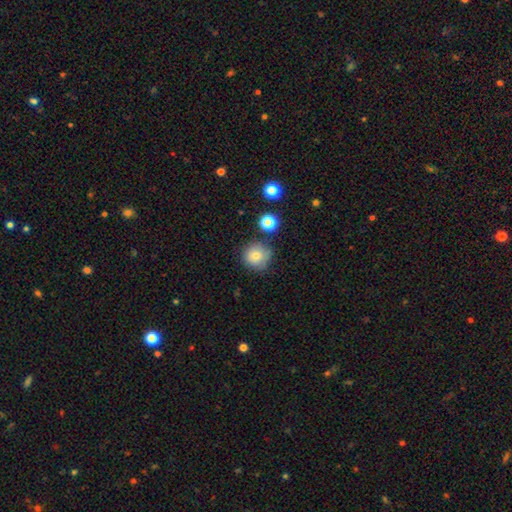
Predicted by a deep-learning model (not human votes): A smooth galaxy with no disk features (75%) that is round (93%). Merging: none (75%).